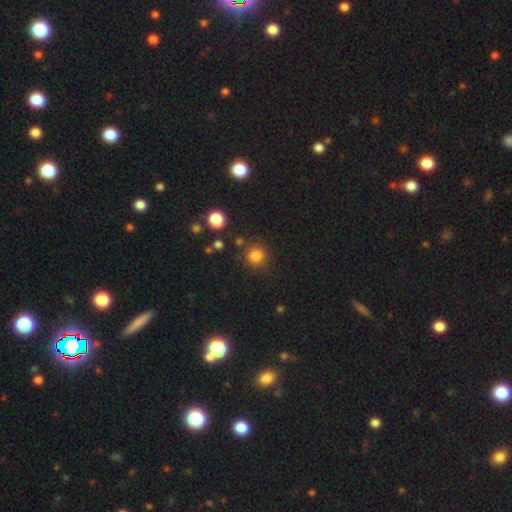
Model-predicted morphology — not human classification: smooth-or-featured: smooth: 83% | star or artifact: 13% | featured or disk: 4%
  how-rounded: round: 92% | in between: 7% | cigar-shaped: 1%
  merging: none: 83% | minor disturbance: 9% | merger: 4% | major disturbance: 4%